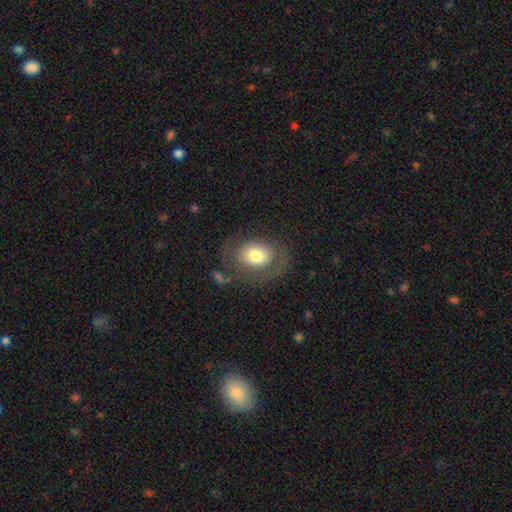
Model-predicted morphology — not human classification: This is possibly a smooth galaxy (59%). How rounded: possibly in between (57%). Merging: likely none (63%).